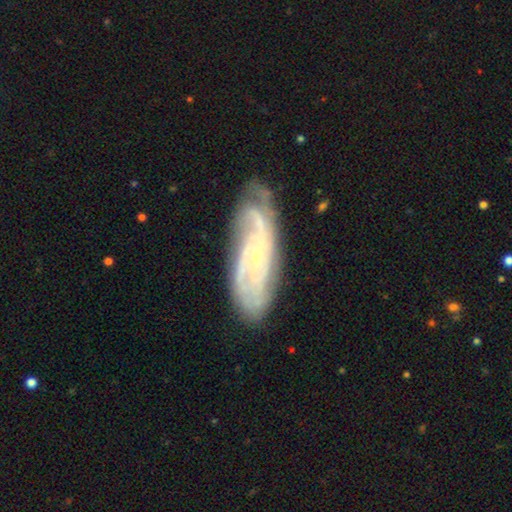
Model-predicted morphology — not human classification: smooth-or-featured: featured or disk: 83% | smooth: 11% | star or artifact: 6%
  disk-edge-on: no: 89% | yes: 11%
    bar: no: 69% | weak: 24% | strong: 7%
    has-spiral-arms: yes: 95% | no: 5%
      spiral-winding: tight: 61% | medium: 31% | loose: 7%
      spiral-arm-count: can't tell: 35% | 3: 20% | 2: 19% | 4: 15% | more than 4: 6% | 1: 5%
    bulge-size: small: 81% | moderate: 15% | none: 2% | large: 1% | dominant: 1%
  merging: none: 71% | minor disturbance: 21% | major disturbance: 6% | merger: 2%